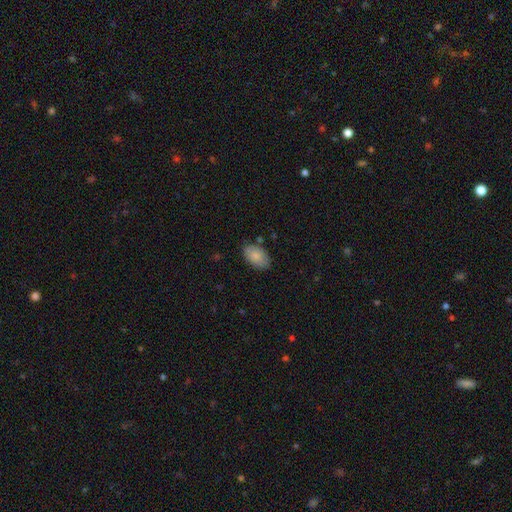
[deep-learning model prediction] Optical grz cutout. It shows a smooth galaxy with no disk features (83%) that is in between round and cigar-shaped (92%). Merging: none (80%).